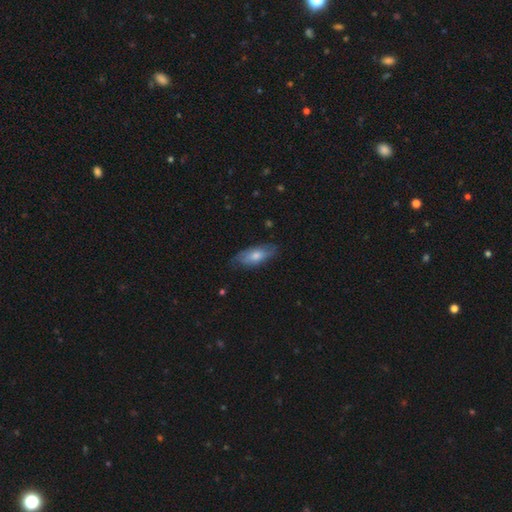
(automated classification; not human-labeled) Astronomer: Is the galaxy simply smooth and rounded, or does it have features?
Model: smooth — 64%.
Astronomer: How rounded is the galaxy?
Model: in between — 80%.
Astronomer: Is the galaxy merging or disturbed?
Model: none — 72%.